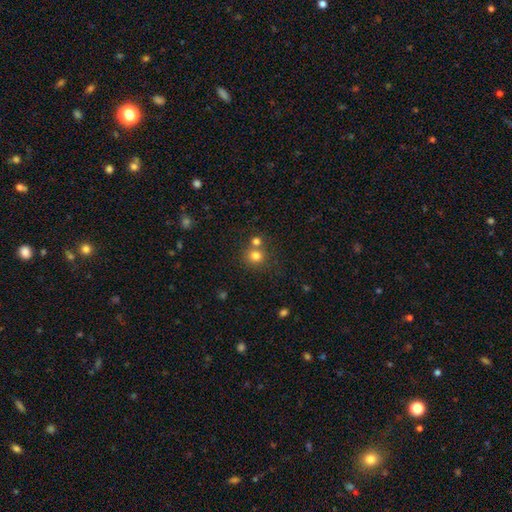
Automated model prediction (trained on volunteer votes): Smooth or featured? Predicted: smooth (p=0.78). How rounded? Predicted: round (p=0.86). Merging? Predicted: none (p=0.58).